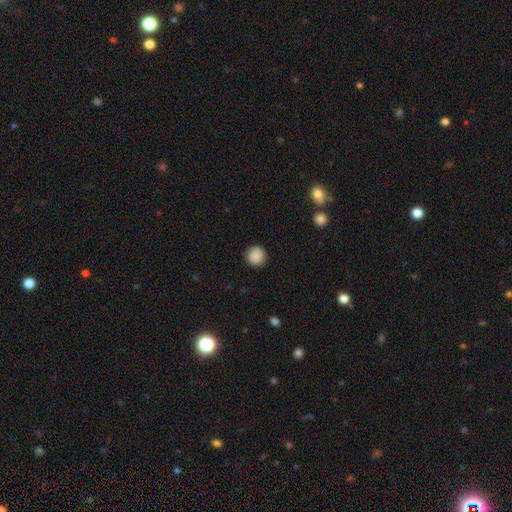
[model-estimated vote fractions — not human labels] Smooth or featured? smooth (88%)
How rounded? round (93%)
Merging? none (90%)